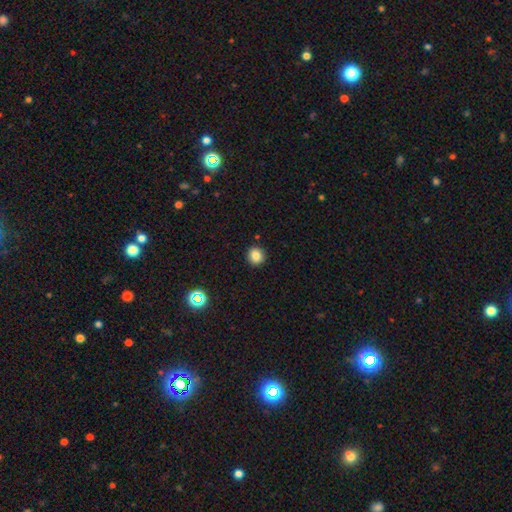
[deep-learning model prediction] Morphology: type=smooth (83%); roundness=round (90%); merging=none (91%).